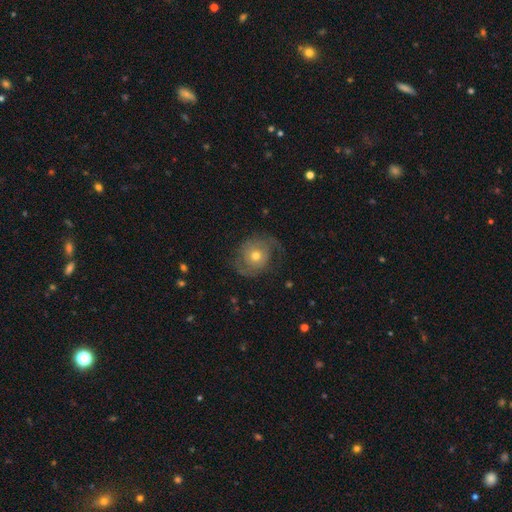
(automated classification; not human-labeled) Smooth or featured: featured or disk — 74% (smooth — 19%)
Edge-on disk: no — 97% (yes — 3%)
Bar: no — 78% (weak — 18%)
Spiral arms: yes — 91% (no — 9%)
Spiral winding: medium — 43% (tight — 29%)
Spiral arm count: 2 — 86% (can't tell — 6%)
Bulge size: moderate — 59% (small — 35%)
Merging: none — 70% (minor disturbance — 17%)